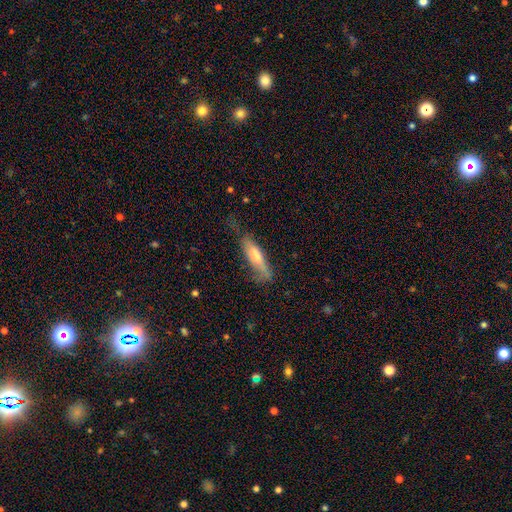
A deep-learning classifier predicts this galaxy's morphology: smooth-or-featured: smooth: 59% | featured or disk: 35% | star or artifact: 7%
  how-rounded: cigar-shaped: 70% | in between: 28% | round: 2%
  merging: none: 53% | minor disturbance: 31% | major disturbance: 14% | merger: 3%